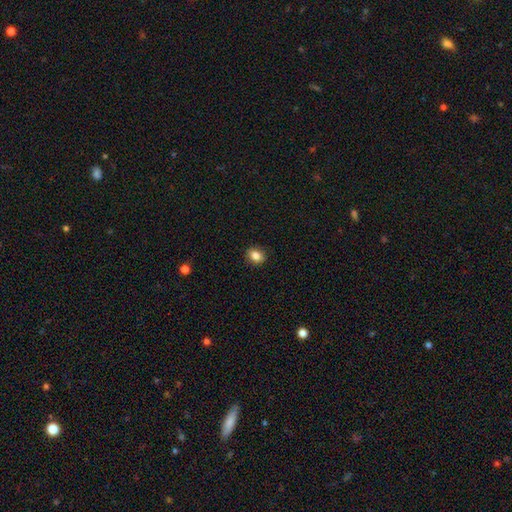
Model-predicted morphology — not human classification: smooth 85%, star or artifact 9%, featured or disk 6%. Down the decision tree: how rounded — in between (59%); merging — none (89%).